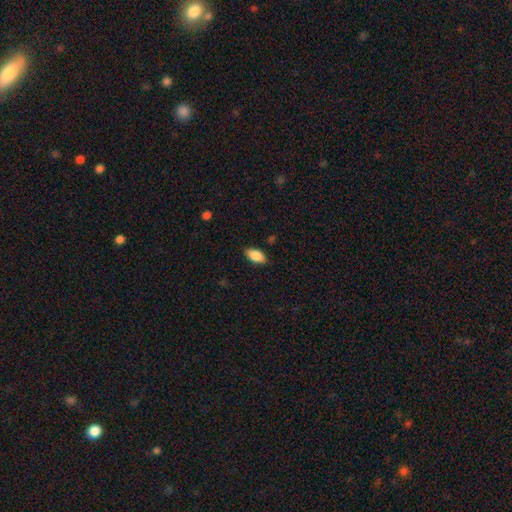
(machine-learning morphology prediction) This is clearly a smooth galaxy (85%). How rounded: clearly in between (91%). Merging: clearly none (85%).